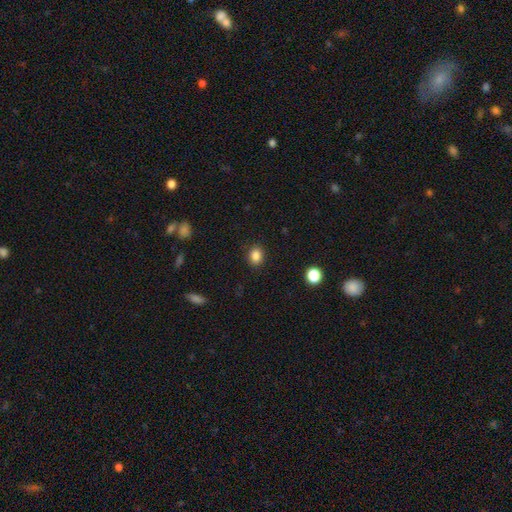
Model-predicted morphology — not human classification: This is clearly a smooth galaxy (85%). How rounded: possibly round (51%). Merging: clearly none (88%).